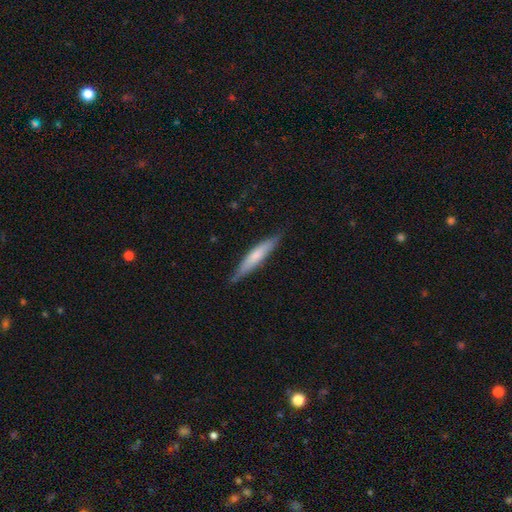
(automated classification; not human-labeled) Overall: smooth (62%; featured or disk 33%). How rounded: cigar-shaped (90%). Merging: none (81%).